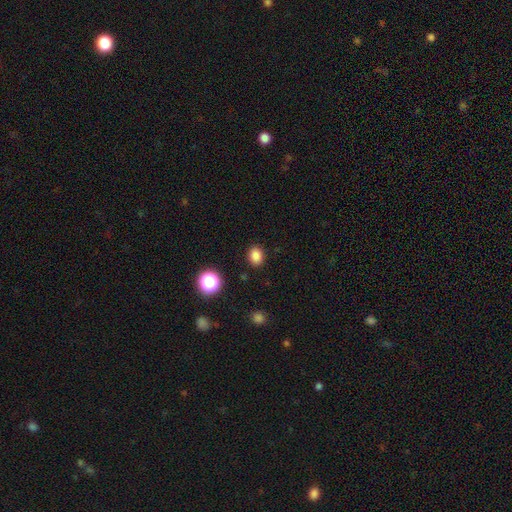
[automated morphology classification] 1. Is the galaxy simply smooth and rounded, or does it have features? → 84% smooth, 13% star or artifact, 4% featured or disk.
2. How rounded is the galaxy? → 54% in between, 45% round, 1% cigar-shaped.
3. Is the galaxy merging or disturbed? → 88% none, 8% minor disturbance, 2% major disturbance, 1% merger.